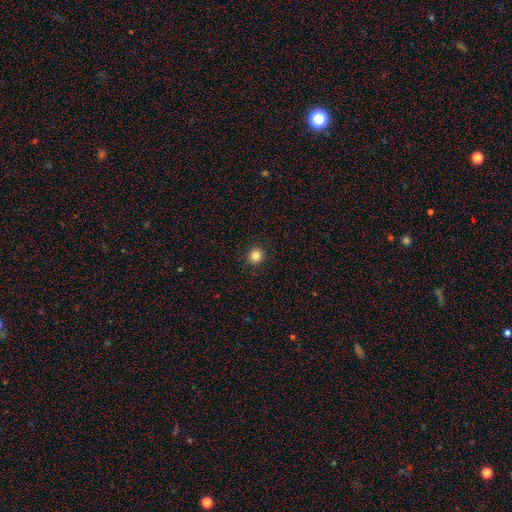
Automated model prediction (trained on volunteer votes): A smooth galaxy with no disk features (85%) that is round (93%). Merging: none (93%).